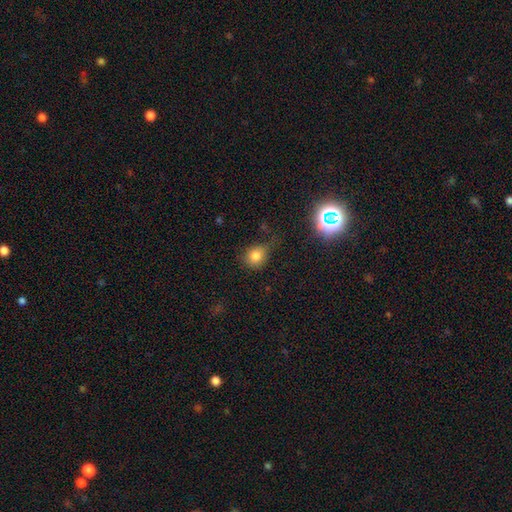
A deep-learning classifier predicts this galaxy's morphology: smooth_or_featured: smooth (p=0.78) [alt: star or artifact p=0.15]
how_rounded: round (p=0.77) [alt: in between p=0.22]
merging: none (p=0.57) [alt: minor disturbance p=0.28]